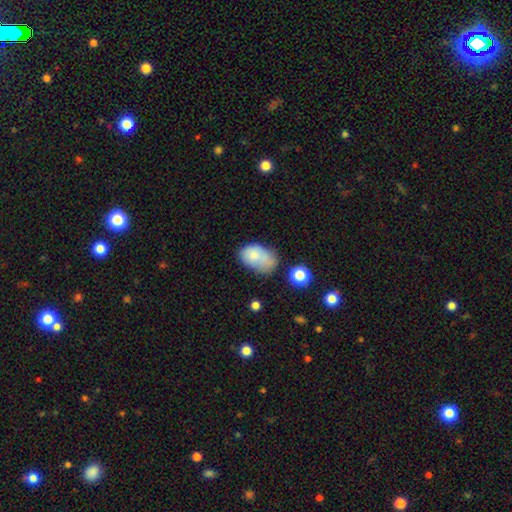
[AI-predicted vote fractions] A smooth galaxy with no disk features (76%) that is in between round and cigar-shaped (87%).

Vote fractions:
- Smooth or featured? smooth: 76% / featured or disk: 15% / star or artifact: 9%
- How rounded? in between: 87% / round: 12% / cigar-shaped: 1%
- Merging? none: 37% / minor disturbance: 30% / merger: 18% / major disturbance: 15%